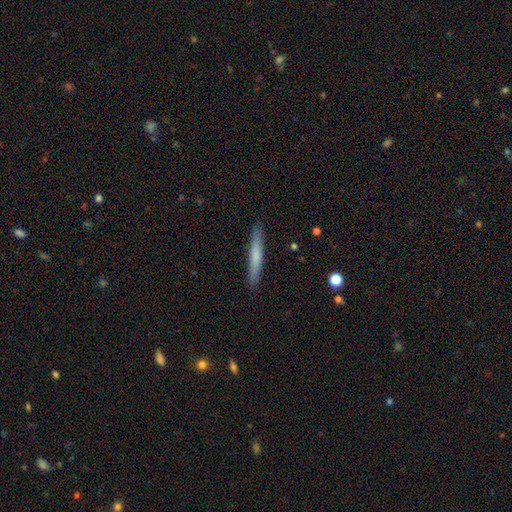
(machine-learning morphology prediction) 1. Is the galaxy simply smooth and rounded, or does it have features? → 67% smooth, 28% featured or disk, 6% star or artifact.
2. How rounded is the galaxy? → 96% cigar-shaped, 3% in between, 1% round.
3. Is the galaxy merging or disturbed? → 91% none, 7% minor disturbance, 1% major disturbance, 1% merger.